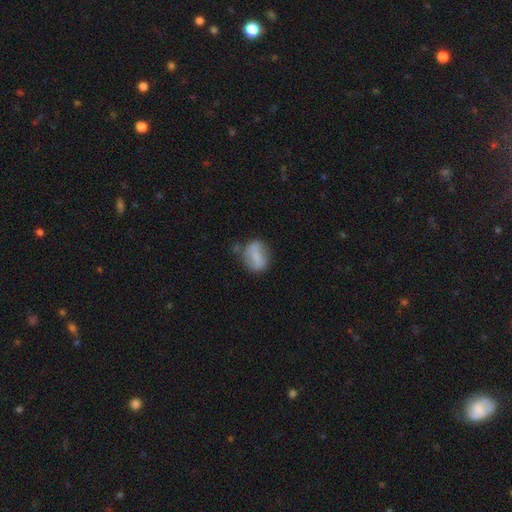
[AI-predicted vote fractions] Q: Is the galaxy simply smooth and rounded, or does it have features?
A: smooth — 62%.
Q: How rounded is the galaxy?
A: in between — 60%.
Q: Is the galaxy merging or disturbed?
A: none — 59%.